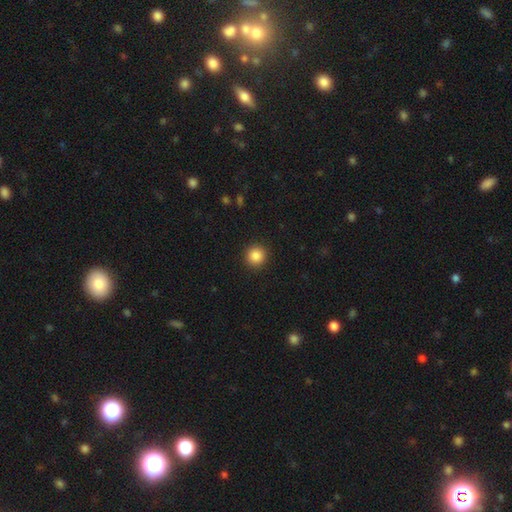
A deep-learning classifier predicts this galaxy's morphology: A smooth galaxy with no disk features (86%) that is round (94%).

Vote fractions:
- Smooth or featured? smooth: 86% / star or artifact: 10% / featured or disk: 4%
- How rounded? round: 94% / in between: 5% / cigar-shaped: 1%
- Merging? none: 92% / minor disturbance: 5% / major disturbance: 2% / merger: 1%